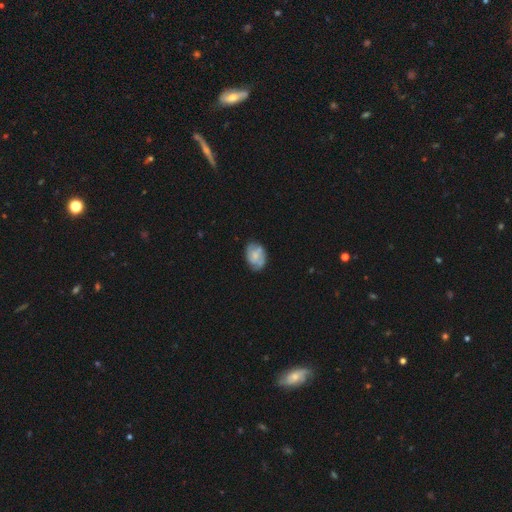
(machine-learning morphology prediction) Smooth or featured? Predicted: featured or disk (p=0.51). Edge-on disk? Predicted: no (p=0.97). Merging? Predicted: none (p=0.64).